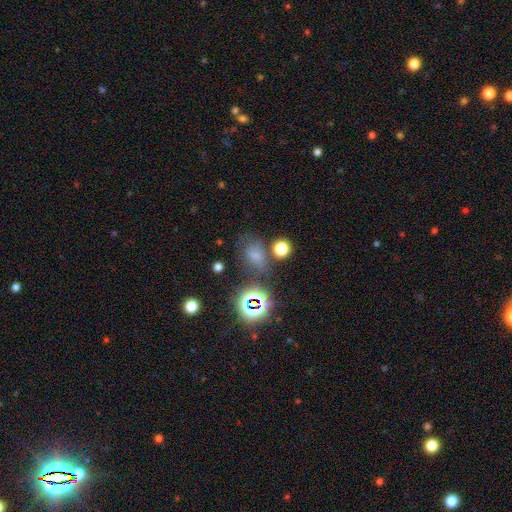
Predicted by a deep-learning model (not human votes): smooth 59%, star or artifact 28%, featured or disk 13%. Down the decision tree: how rounded — in between (64%); merging — none (55%).